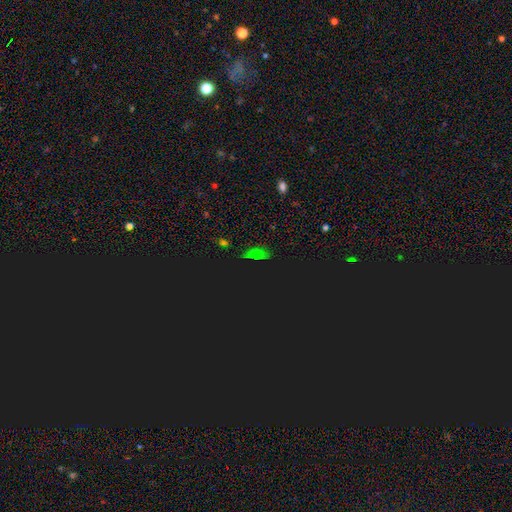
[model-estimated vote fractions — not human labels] Smooth or featured? star or artifact (50%)